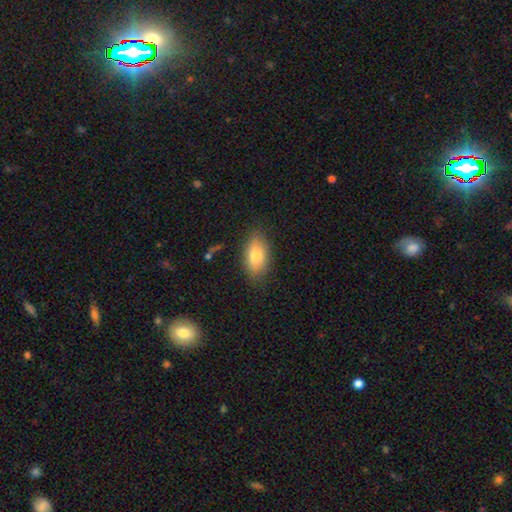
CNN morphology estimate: Smooth or featured? smooth (78%)
How rounded? in between (89%)
Merging? none (83%)